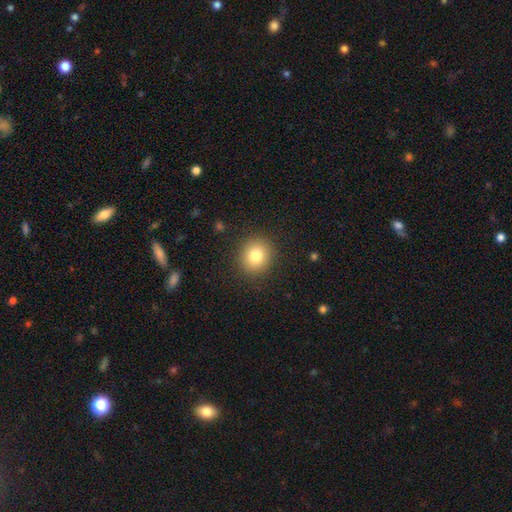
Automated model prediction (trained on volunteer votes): Smooth or featured? Predicted: smooth (p=0.80). How rounded? Predicted: round (p=0.83). Merging? Predicted: none (p=0.89).